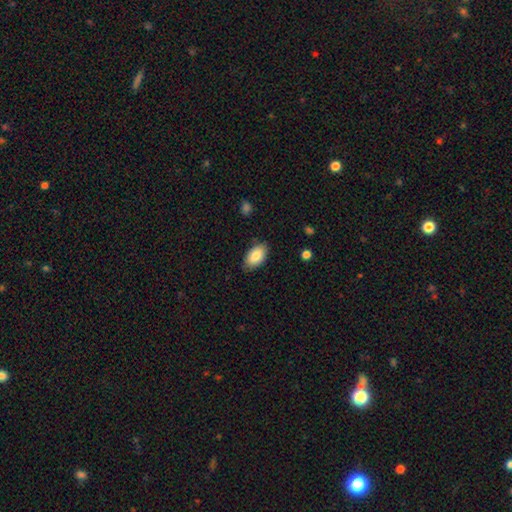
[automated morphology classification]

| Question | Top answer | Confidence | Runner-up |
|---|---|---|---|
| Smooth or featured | smooth | 86% | featured or disk (8%) |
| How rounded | in between | 94% | round (4%) |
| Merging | none | 81% | minor disturbance (15%) |